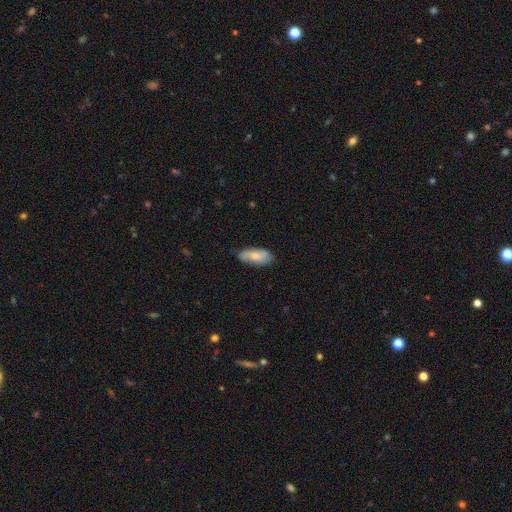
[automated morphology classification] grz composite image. It shows a smooth galaxy with no disk features (74%) that is in between round and cigar-shaped (82%). Merging: none (76%).